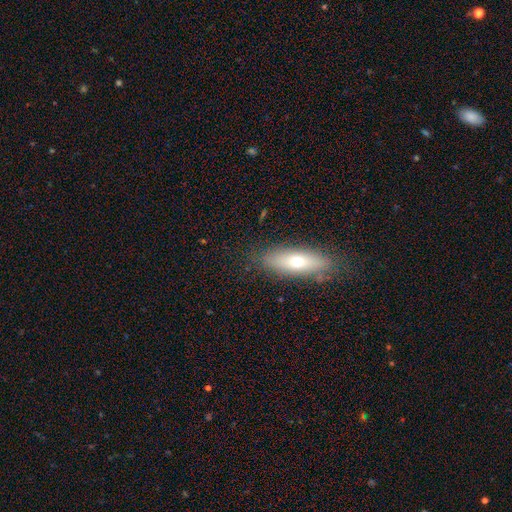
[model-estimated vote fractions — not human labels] Smooth or featured?
  - smooth: 53% *
  - featured or disk: 38%
  - star or artifact: 9%
How rounded?
  - cigar-shaped: 55% *
  - in between: 42%
  - round: 3%
Merging?
  - none: 85% *
  - minor disturbance: 11%
  - major disturbance: 3%
  - merger: 1%